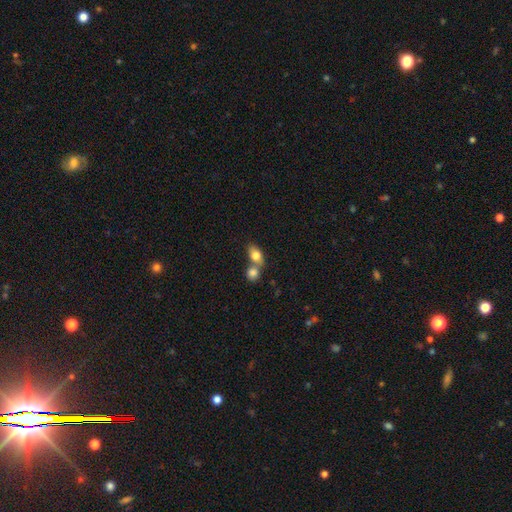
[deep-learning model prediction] Overall: smooth (81%). How rounded: in between (73%). Merging: merger (58%; none 30%).